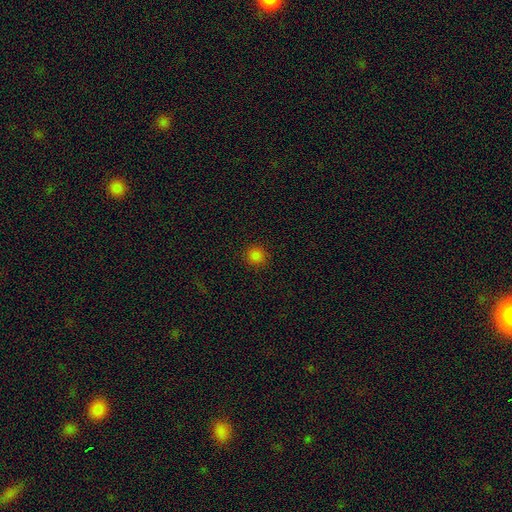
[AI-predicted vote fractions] Smooth or featured?
  - smooth: 83% *
  - star or artifact: 14%
  - featured or disk: 3%
How rounded?
  - round: 92% *
  - in between: 7%
  - cigar-shaped: 1%
Merging?
  - none: 91% *
  - minor disturbance: 6%
  - major disturbance: 2%
  - merger: 1%